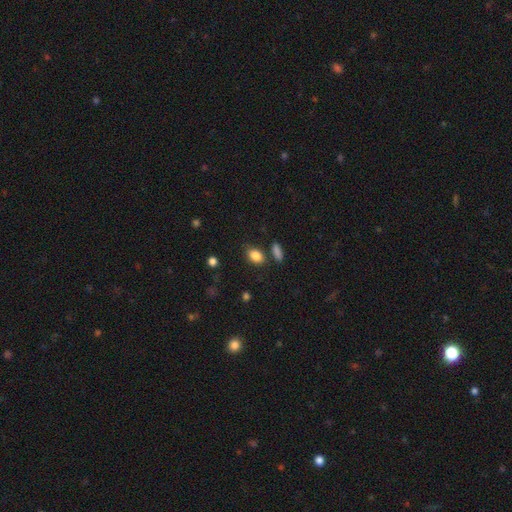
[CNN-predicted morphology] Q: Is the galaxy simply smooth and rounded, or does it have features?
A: smooth — 86%.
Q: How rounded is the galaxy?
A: in between — 79%.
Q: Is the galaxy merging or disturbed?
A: none — 77%.